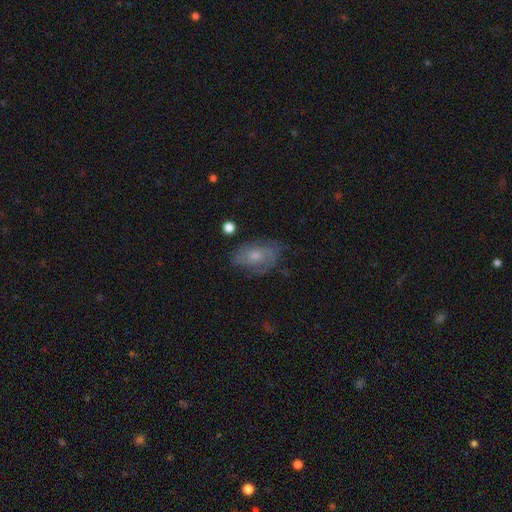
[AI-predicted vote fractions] Smooth or featured? Predicted: featured or disk (p=0.56). Edge-on disk? Predicted: no (p=0.95). Bar? Predicted: no (p=0.75). Spiral arms? Predicted: yes (p=0.74). Bulge size? Predicted: small (p=0.45). Merging? Predicted: none (p=0.58).